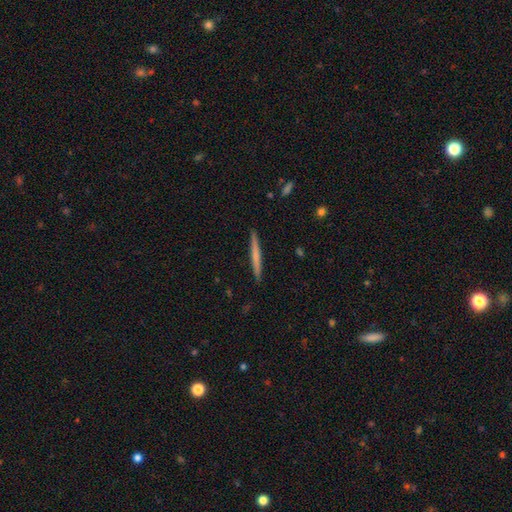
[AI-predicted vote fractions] smooth-or-featured: smooth: 56% | featured or disk: 38% | star or artifact: 6%
  how-rounded: cigar-shaped: 97% | in between: 2% | round: 1%
  merging: none: 92% | minor disturbance: 6% | major disturbance: 1% | merger: 1%